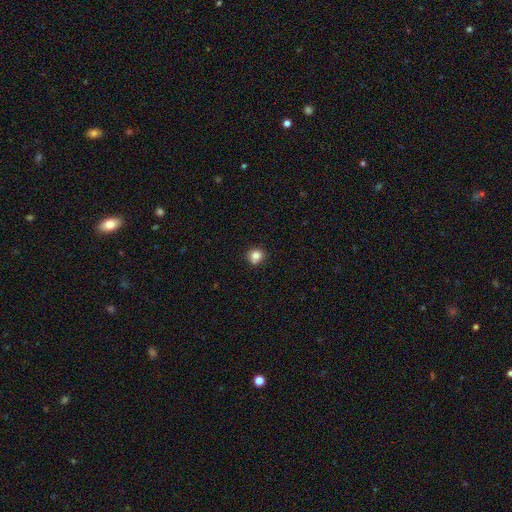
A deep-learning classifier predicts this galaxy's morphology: Q: Smooth or featured?
A: smooth (82%); runner-up: star or artifact (12%)
Q: How rounded?
A: round (88%); runner-up: in between (11%)
Q: Merging?
A: none (78%); runner-up: minor disturbance (13%)